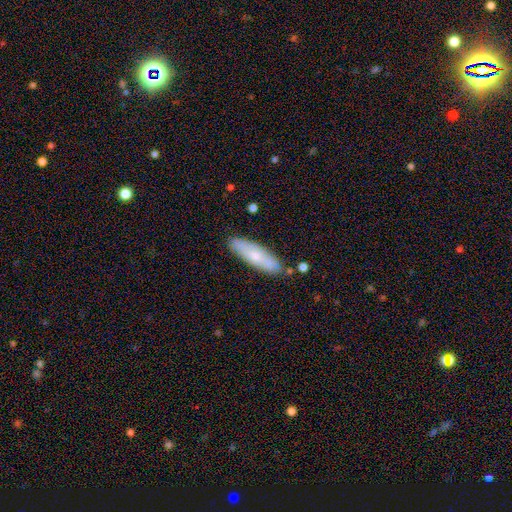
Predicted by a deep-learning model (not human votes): Smooth or featured?
  - smooth: 63% *
  - featured or disk: 31%
  - star or artifact: 6%
How rounded?
  - cigar-shaped: 60% *
  - in between: 38%
  - round: 2%
Merging?
  - none: 83% *
  - minor disturbance: 12%
  - merger: 3%
  - major disturbance: 2%